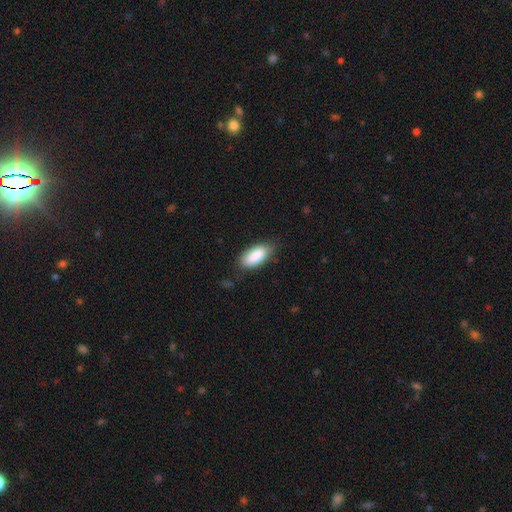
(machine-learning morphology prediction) Smooth or featured? smooth (86%)
How rounded? in between (87%)
Merging? none (72%)